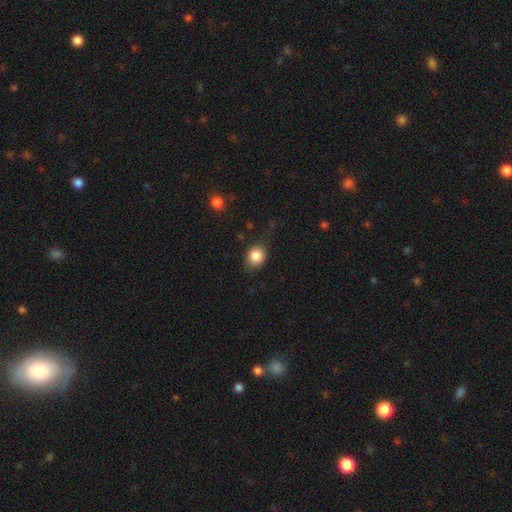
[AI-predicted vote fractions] Morphology: type=smooth (85%); roundness=round (63%); merging=none (76%).